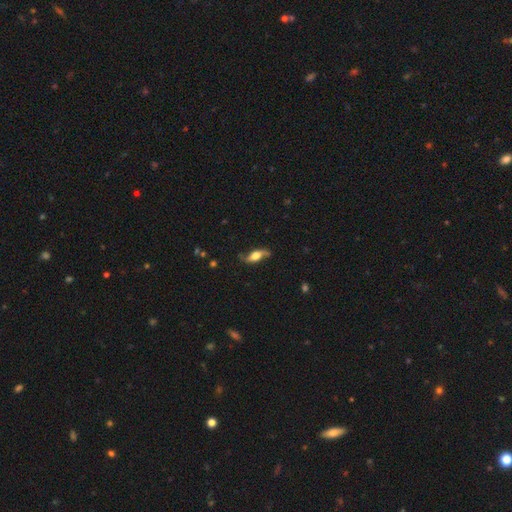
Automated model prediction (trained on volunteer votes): smooth-or-featured: featured or disk: 60% | smooth: 33% | star or artifact: 7%
  disk-edge-on: no: 59% | yes: 41%
  merging: none: 71% | minor disturbance: 20% | major disturbance: 7% | merger: 2%